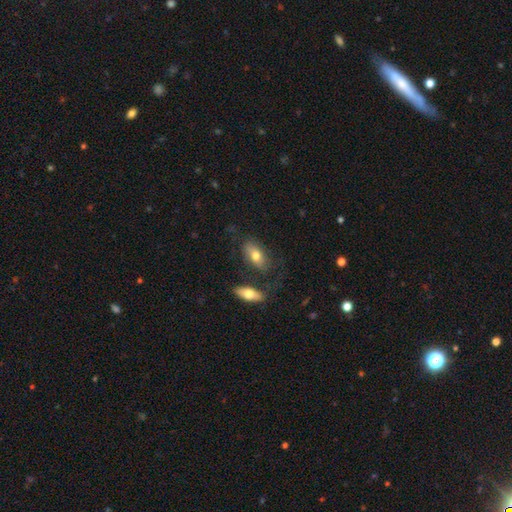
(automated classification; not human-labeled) This is likely a smooth galaxy (72%). How rounded: clearly in between (87%). Merging: likely none (67%).